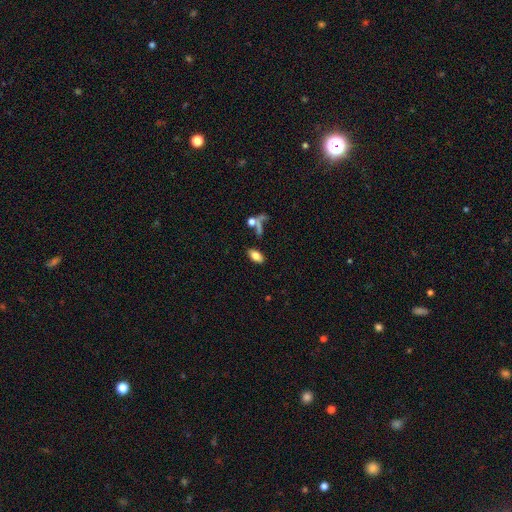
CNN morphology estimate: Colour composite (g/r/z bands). It shows a smooth galaxy with no disk features (78%) that is in between round and cigar-shaped (91%). Merging: none (78%).